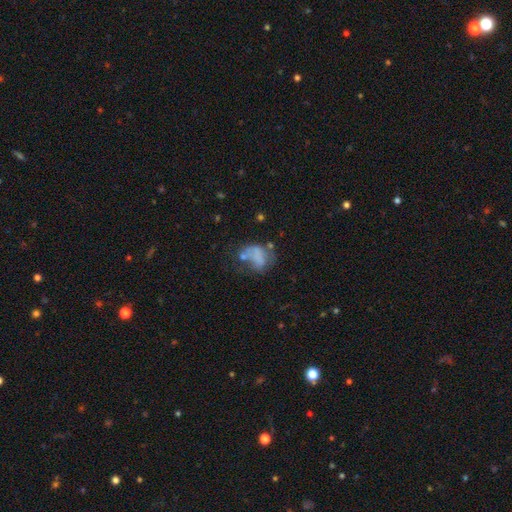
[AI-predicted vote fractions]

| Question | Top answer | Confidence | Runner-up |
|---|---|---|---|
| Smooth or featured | smooth | 48% | featured or disk (38%) |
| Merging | major disturbance | 36% | none (27%) |